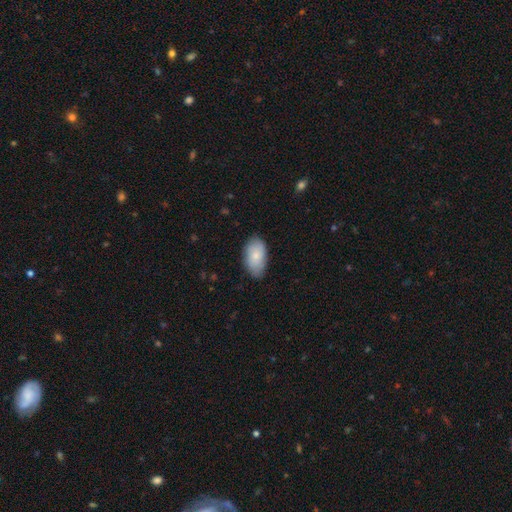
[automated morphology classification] smooth 80%, featured or disk 15%, star or artifact 6%. Down the decision tree: how rounded — in between (94%); merging — none (77%).